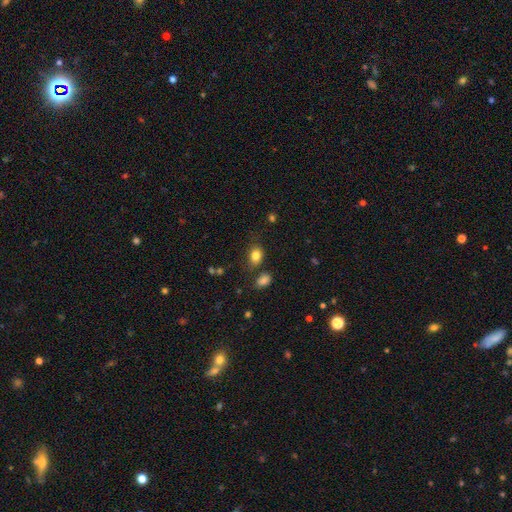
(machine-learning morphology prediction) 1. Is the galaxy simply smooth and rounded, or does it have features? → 83% smooth, 11% star or artifact, 7% featured or disk.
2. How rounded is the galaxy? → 70% in between, 29% round, 1% cigar-shaped.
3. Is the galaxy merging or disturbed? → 71% none, 17% minor disturbance, 7% merger, 5% major disturbance.